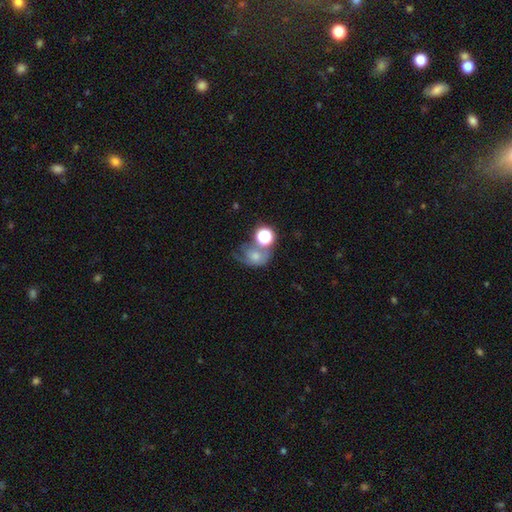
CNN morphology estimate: Smooth or featured?
  - smooth: 53% *
  - featured or disk: 30%
  - star or artifact: 17%
How rounded?
  - round: 52% *
  - in between: 47%
  - cigar-shaped: 1%
Merging?
  - none: 28% * (tied)
  - major disturbance: 28% * (tied)
  - merger: 25%
  - minor disturbance: 19%